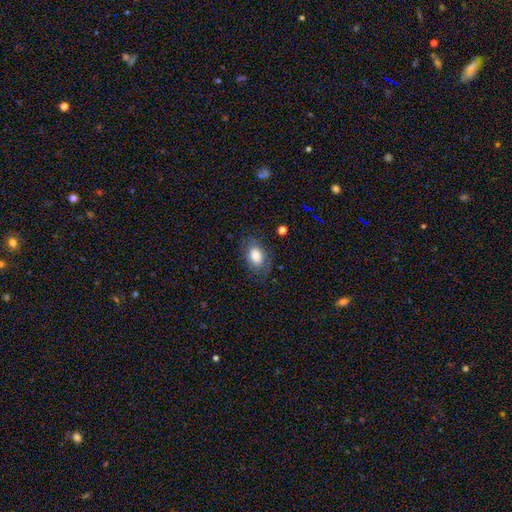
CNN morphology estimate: Smooth or featured? smooth (80%)
How rounded? in between (81%)
Merging? none (74%)